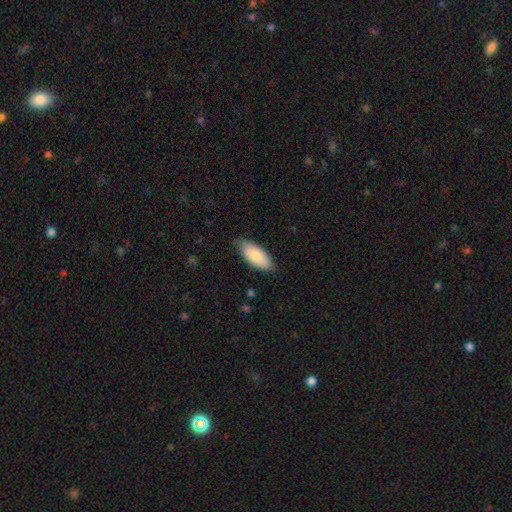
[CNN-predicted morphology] Smooth or featured? Predicted: smooth (p=0.83). How rounded? Predicted: in between (p=0.89). Merging? Predicted: none (p=0.66).